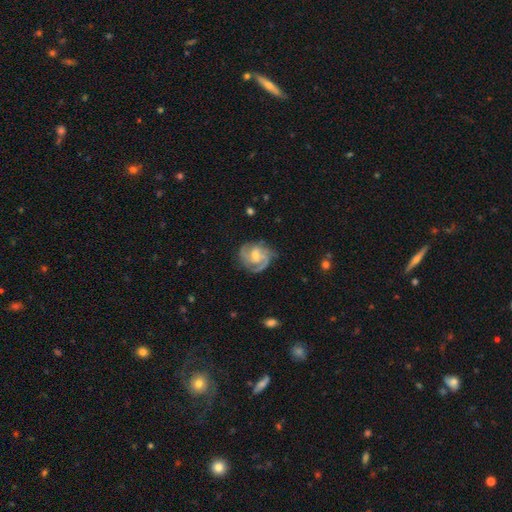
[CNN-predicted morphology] smooth_or_featured: featured or disk (p=0.86) [alt: smooth p=0.09]
disk_edge_on: no (p=0.98) [alt: yes p=0.02]
bar: weak (p=0.45) [tied with: no p=0.45]
has_spiral_arms: yes (p=0.97) [alt: no p=0.03]
spiral_winding: tight (p=0.47) [alt: medium p=0.44]
spiral_arm_count: 3 (p=0.40) [alt: 2 p=0.36]
bulge_size: small (p=0.48) [alt: moderate p=0.44]
merging: none (p=0.73) [alt: minor disturbance p=0.18]